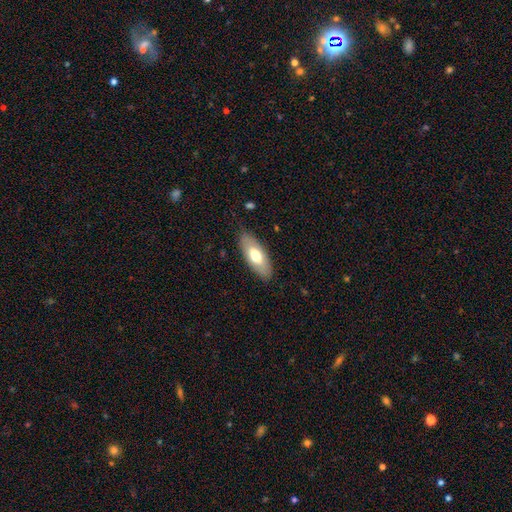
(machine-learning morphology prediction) Smooth or featured?
  - smooth: 65% *
  - featured or disk: 29%
  - star or artifact: 6%
How rounded?
  - in between: 84% *
  - cigar-shaped: 14%
  - round: 2%
Merging?
  - none: 84% *
  - minor disturbance: 13%
  - major disturbance: 3%
  - merger: 1%